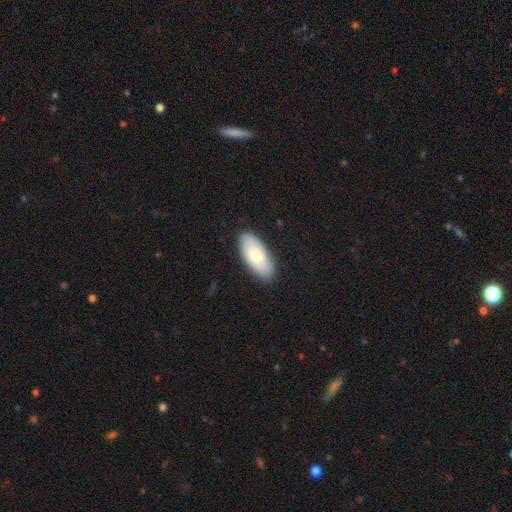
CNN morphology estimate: smooth 72%, featured or disk 23%, star or artifact 5%. Down the decision tree: how rounded — in between (89%); merging — none (87%).